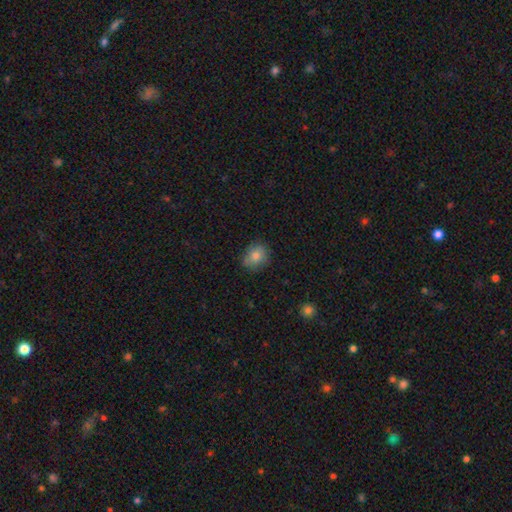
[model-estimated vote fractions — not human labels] A smooth galaxy with no disk features (81%) that is round (64%). Merging: none (77%).